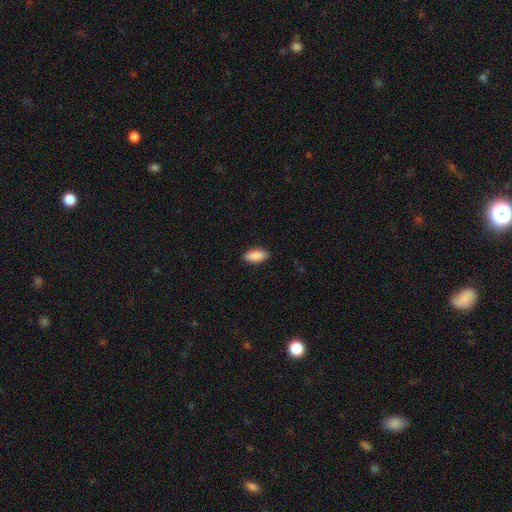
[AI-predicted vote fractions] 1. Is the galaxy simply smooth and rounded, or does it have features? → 89% smooth, 6% star or artifact, 5% featured or disk.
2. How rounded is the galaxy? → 86% in between, 12% cigar-shaped, 2% round.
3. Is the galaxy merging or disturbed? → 88% none, 9% minor disturbance, 2% major disturbance, 1% merger.